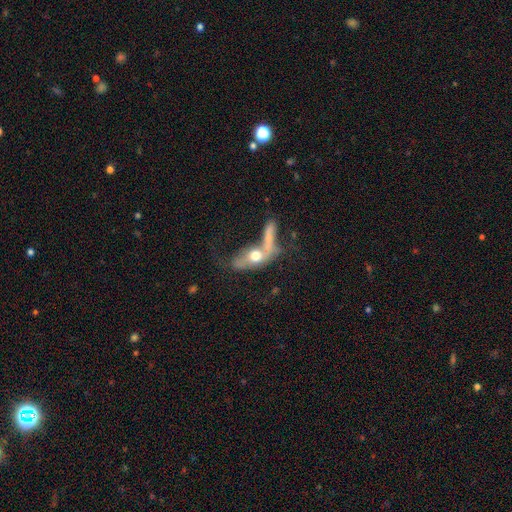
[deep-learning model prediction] Smooth or featured: smooth — 55% (featured or disk — 37%)
How rounded: in between — 64% (cigar-shaped — 23%)
Merging: merger — 51% (none — 22%)